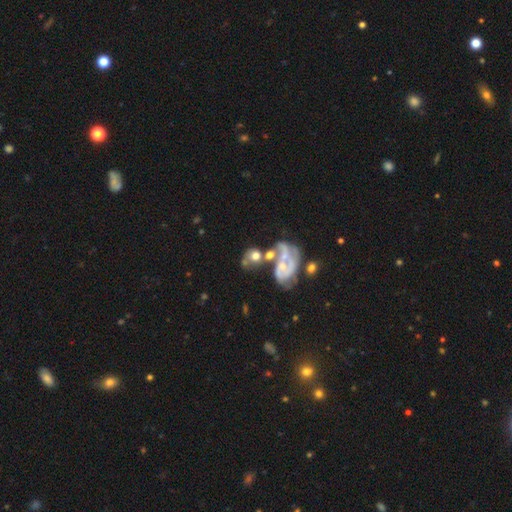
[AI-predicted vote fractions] Smooth or featured? Predicted: featured or disk (p=0.47). Merging? Predicted: merger (p=0.47).